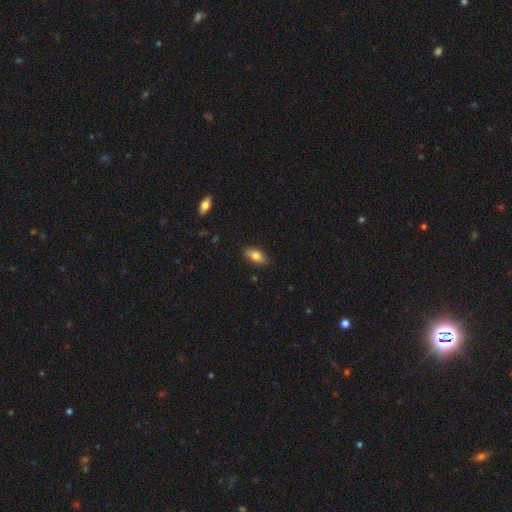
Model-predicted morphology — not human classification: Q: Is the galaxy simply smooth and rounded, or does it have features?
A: smooth — 80%.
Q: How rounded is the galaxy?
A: in between — 88%.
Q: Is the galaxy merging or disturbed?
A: none — 84%.